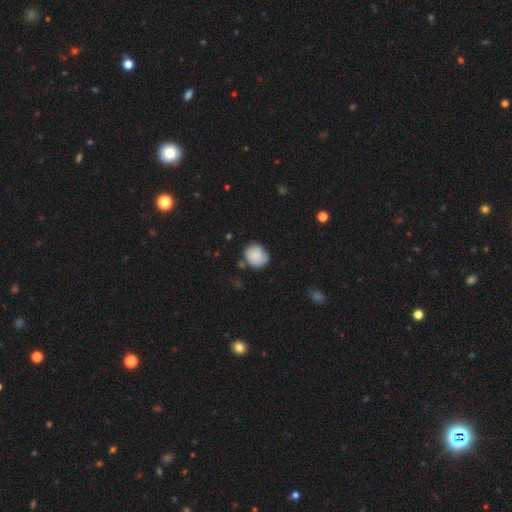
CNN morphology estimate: This is likely a smooth galaxy (75%). How rounded: likely round (73%). Merging: likely none (67%).